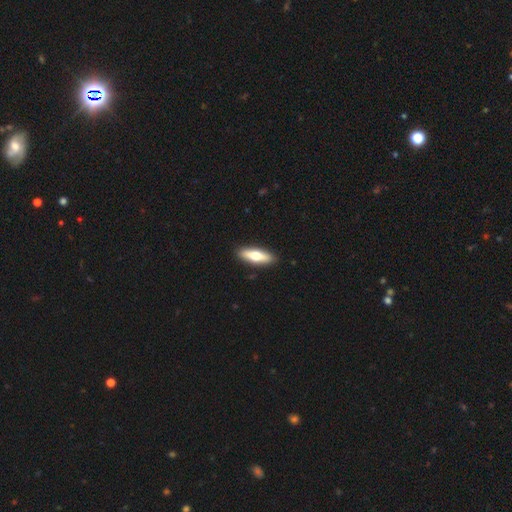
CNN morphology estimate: smooth-or-featured: smooth: 57% | featured or disk: 37% | star or artifact: 5%
  how-rounded: cigar-shaped: 51% | in between: 46% | round: 2%
  merging: none: 90% | minor disturbance: 7% | major disturbance: 2% | merger: 1%